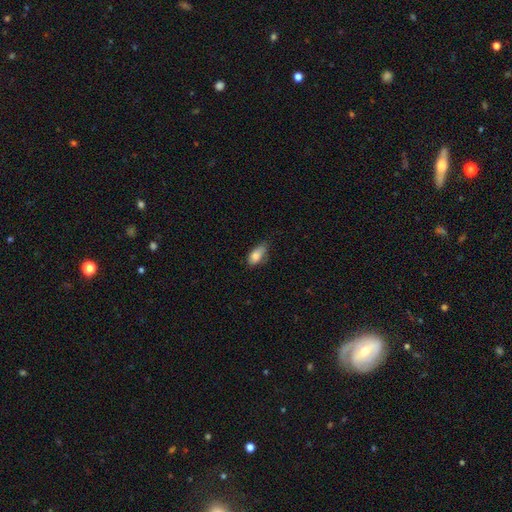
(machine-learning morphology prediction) Smooth or featured? Predicted: smooth (p=0.80). How rounded? Predicted: in between (p=0.87). Merging? Predicted: none (p=0.45).